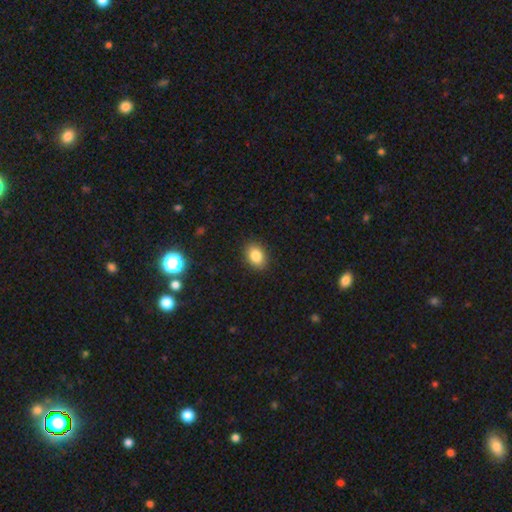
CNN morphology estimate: smooth 84%, star or artifact 9%, featured or disk 6%. Down the decision tree: how rounded — in between (74%); merging — none (89%).